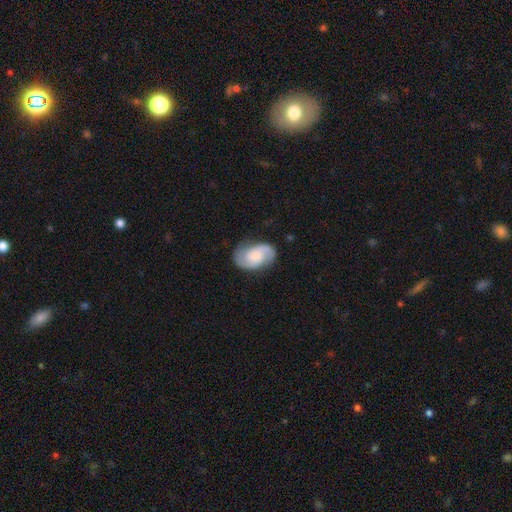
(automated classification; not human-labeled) Smooth or featured? Predicted: featured or disk (p=0.75). Edge-on disk? Predicted: no (p=0.98). Bar? Predicted: no (p=0.64). Spiral arms? Predicted: yes (p=0.96). Spiral winding? Predicted: medium (p=0.49). Spiral arm count? Predicted: 2 (p=0.91). Bulge size? Predicted: none (p=0.30). Merging? Predicted: none (p=0.76).